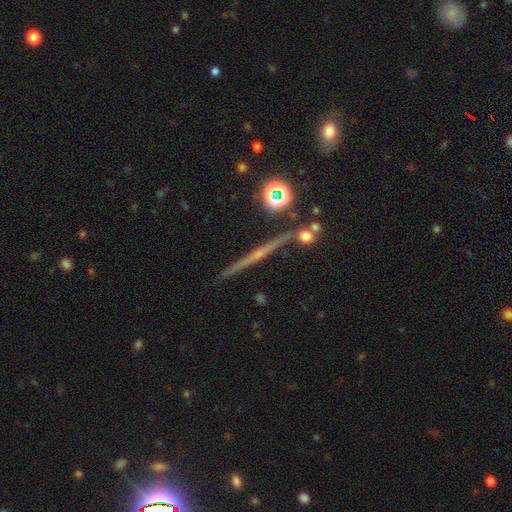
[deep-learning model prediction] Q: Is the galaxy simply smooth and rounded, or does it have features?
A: featured or disk — 68%.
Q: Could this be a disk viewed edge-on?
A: yes — 96%.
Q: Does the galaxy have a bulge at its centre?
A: rounded — 51%.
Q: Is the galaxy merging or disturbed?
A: none — 83%.